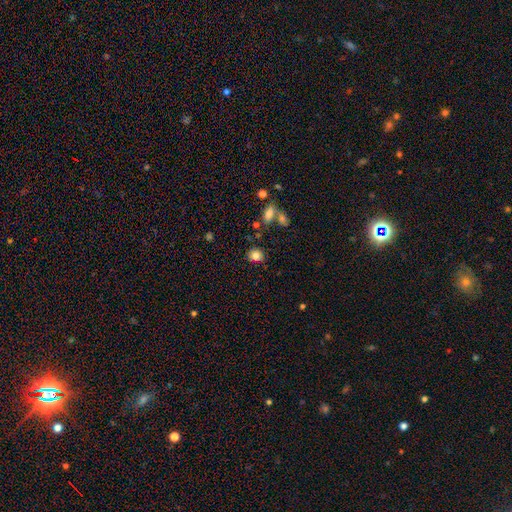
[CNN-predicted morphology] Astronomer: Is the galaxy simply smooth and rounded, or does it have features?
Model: smooth — 83%.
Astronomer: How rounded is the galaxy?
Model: round — 71%.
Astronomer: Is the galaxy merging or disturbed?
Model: none — 81%.